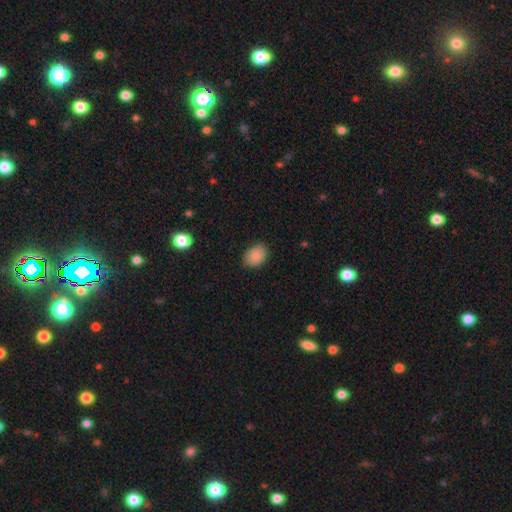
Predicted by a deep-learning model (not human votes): Overall: smooth (88%). How rounded: in between (70%). Merging: none (85%).